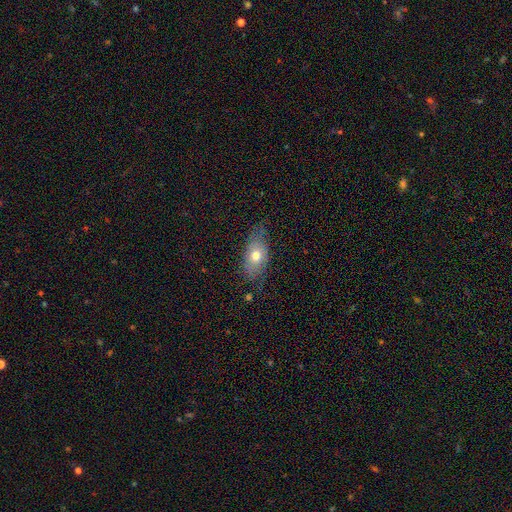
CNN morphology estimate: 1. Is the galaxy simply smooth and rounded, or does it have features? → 67% smooth, 24% featured or disk, 9% star or artifact.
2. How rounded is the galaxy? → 82% in between, 12% round, 6% cigar-shaped.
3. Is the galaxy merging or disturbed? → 66% none, 25% minor disturbance, 8% major disturbance, 2% merger.